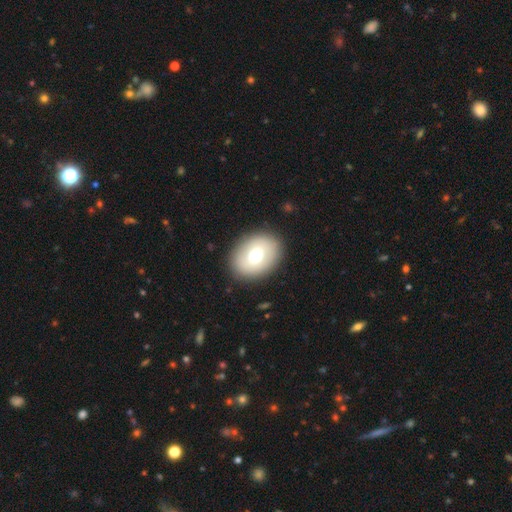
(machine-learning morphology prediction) Overall: smooth (68%). How rounded: in between (63%; round 36%). Merging: none (88%).